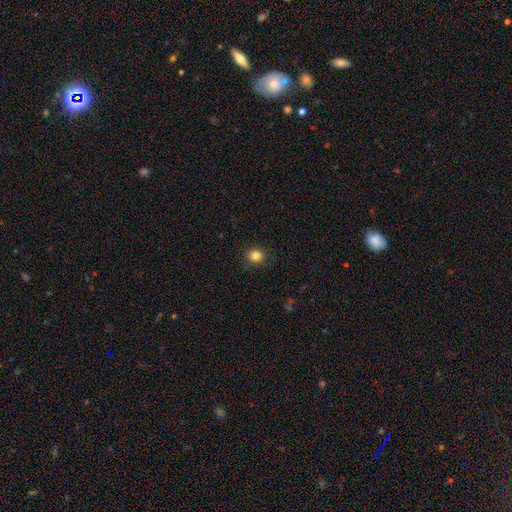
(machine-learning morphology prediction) Smooth or featured? Predicted: smooth (p=0.83). How rounded? Predicted: round (p=0.91). Merging? Predicted: none (p=0.90).